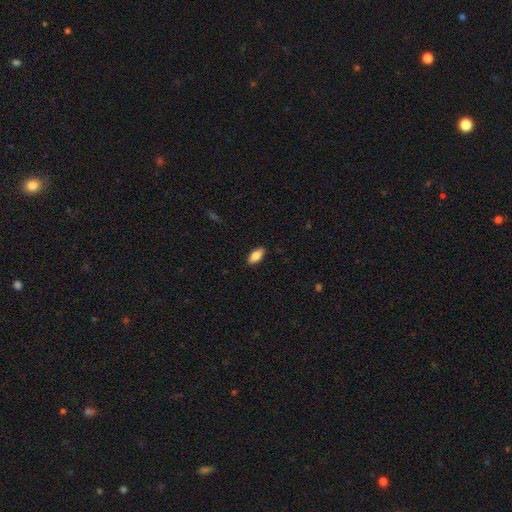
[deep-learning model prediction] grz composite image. It shows a smooth galaxy with no disk features (81%) that is in between round and cigar-shaped (88%). Merging: none (89%).